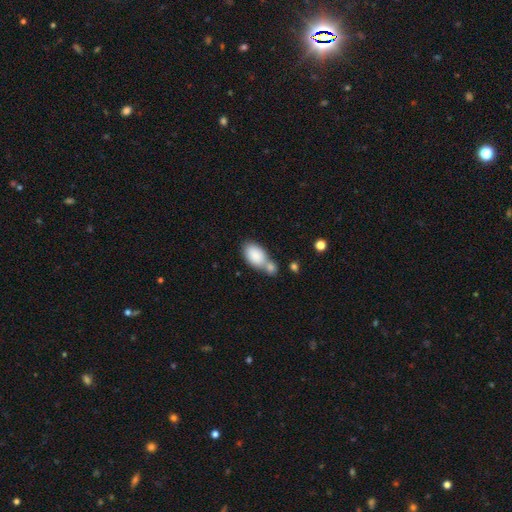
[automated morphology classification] Overall: smooth (85%). How rounded: in between (92%). Merging: merger (47%; none 35%).